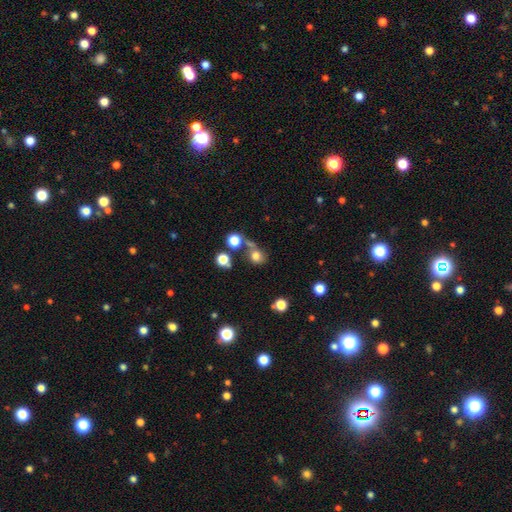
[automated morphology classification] type=smooth (74%); roundness=round (73%); merging=none (48%).